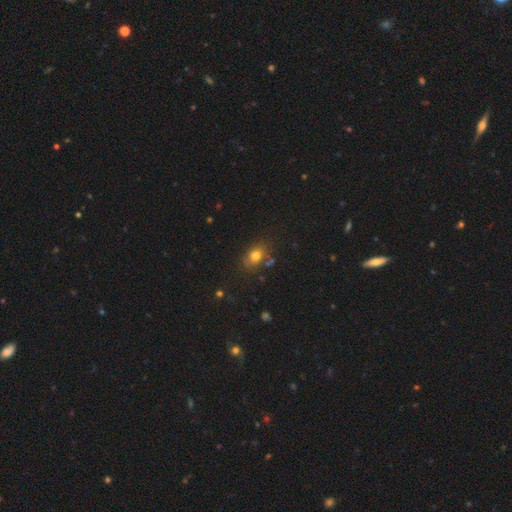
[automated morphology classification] Smooth or featured?
  - smooth: 74% *
  - star or artifact: 14%
  - featured or disk: 11%
How rounded?
  - in between: 51% *
  - round: 47%
  - cigar-shaped: 2%
Merging?
  - none: 70% *
  - minor disturbance: 18%
  - merger: 6%
  - major disturbance: 6%